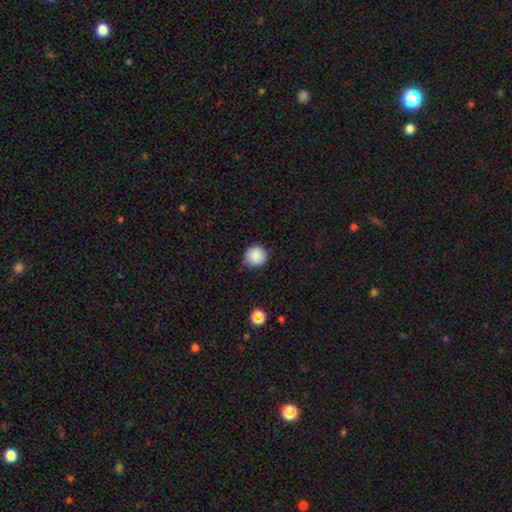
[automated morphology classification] smooth-or-featured: smooth: 88% | star or artifact: 9% | featured or disk: 3%
  how-rounded: round: 92% | in between: 7% | cigar-shaped: 1%
  merging: none: 79% | minor disturbance: 17% | major disturbance: 3% | merger: 1%